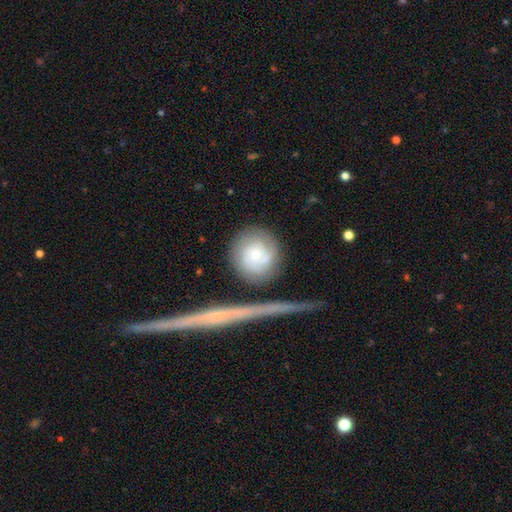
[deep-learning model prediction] Smooth or featured?
  - smooth: 47% *
  - featured or disk: 46%
  - star or artifact: 7%
Merging?
  - none: 71% *
  - minor disturbance: 14%
  - merger: 9%
  - major disturbance: 6%